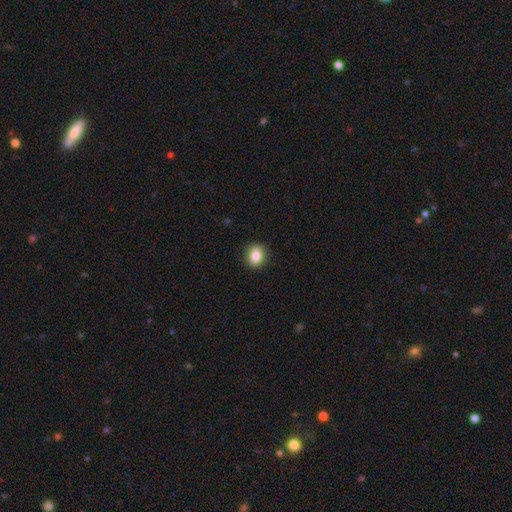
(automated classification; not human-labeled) The model was most divided on "how rounded": round: 53%, in between: 45%, cigar-shaped: 1%. More confident: merging — none (89%); smooth or featured — smooth (82%).